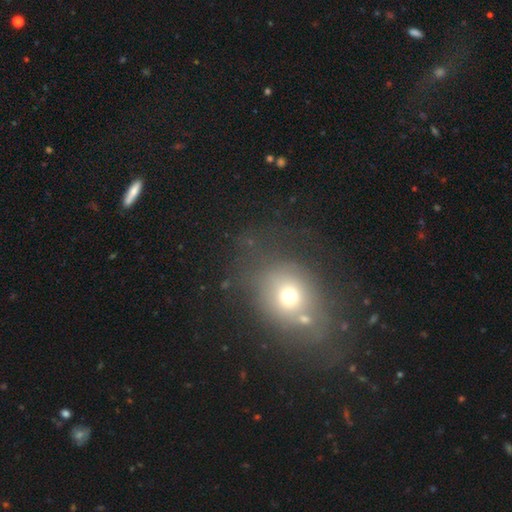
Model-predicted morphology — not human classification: Smooth or featured? Predicted: smooth (p=0.54). How rounded? Predicted: round (p=0.50). Merging? Predicted: none (p=0.62).